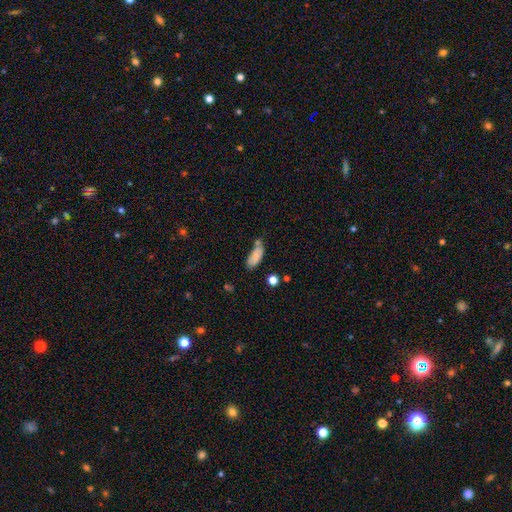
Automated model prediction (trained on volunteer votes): Smooth or featured: smooth — 82% (featured or disk — 10%)
How rounded: in between — 77% (cigar-shaped — 21%)
Merging: none — 49% (minor disturbance — 27%)